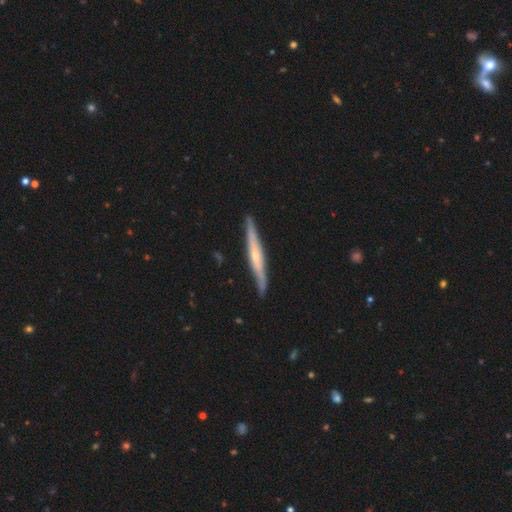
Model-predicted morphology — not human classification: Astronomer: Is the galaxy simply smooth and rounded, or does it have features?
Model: featured or disk — 68%.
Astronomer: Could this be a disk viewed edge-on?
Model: yes — 94%.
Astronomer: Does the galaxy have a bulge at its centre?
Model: rounded — 61%.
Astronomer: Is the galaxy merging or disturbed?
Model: none — 86%.